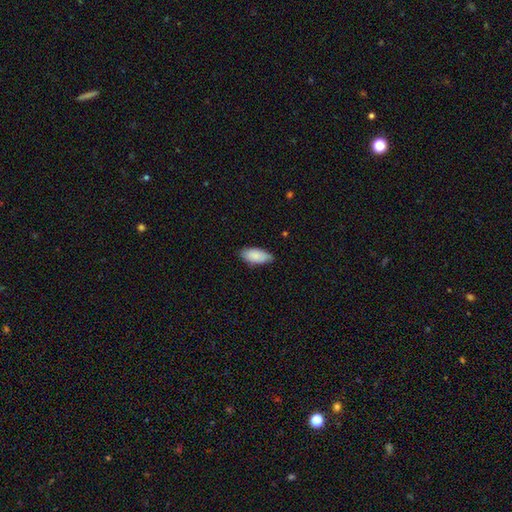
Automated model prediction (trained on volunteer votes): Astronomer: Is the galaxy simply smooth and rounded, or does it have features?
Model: smooth — 85%.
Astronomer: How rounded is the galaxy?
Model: in between — 92%.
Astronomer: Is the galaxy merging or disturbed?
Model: none — 72%.